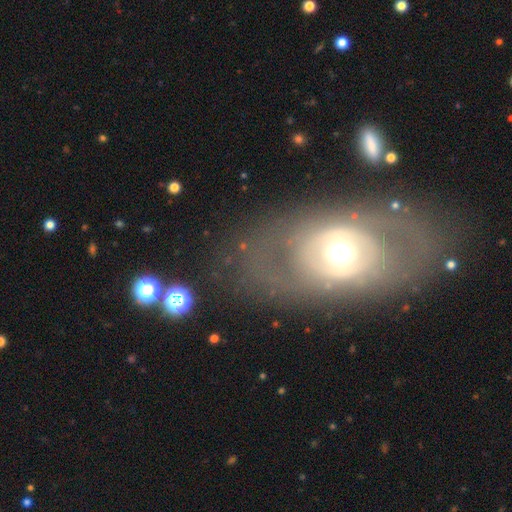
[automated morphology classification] The model was most divided on "spiral arms": no: 67%, yes: 33%. More confident: edge-on disk — no (91%); bar — no (75%); merging — none (74%); smooth or featured — featured or disk (67%); bulge size — moderate (62%).